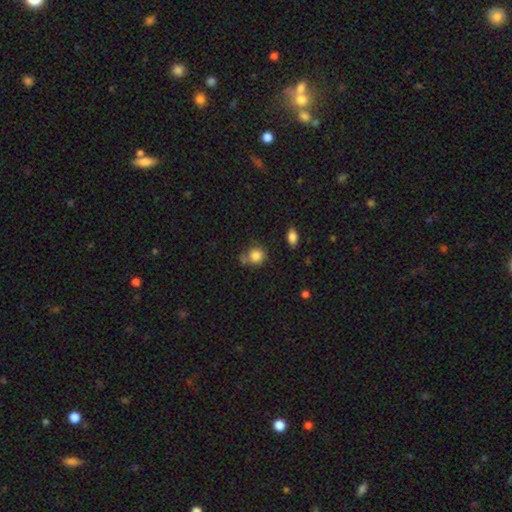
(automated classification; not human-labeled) smooth 84%, star or artifact 10%, featured or disk 6%. Down the decision tree: how rounded — round (81%); merging — none (58%).